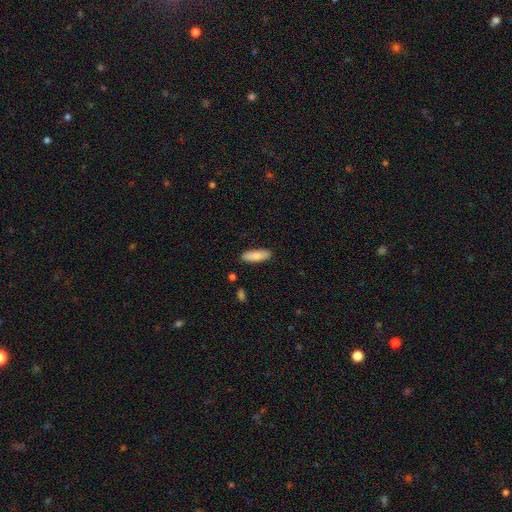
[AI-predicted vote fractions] Smooth or featured?
  - smooth: 83% *
  - featured or disk: 11%
  - star or artifact: 6%
How rounded?
  - in between: 59% *
  - cigar-shaped: 39%
  - round: 2%
Merging?
  - none: 88% *
  - minor disturbance: 9%
  - major disturbance: 2%
  - merger: 1%